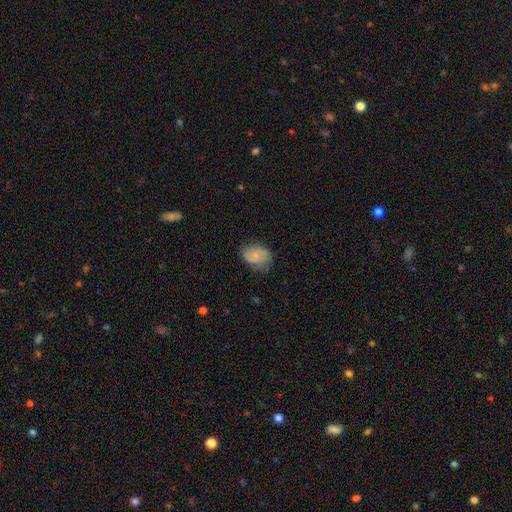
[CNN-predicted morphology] Q: Smooth or featured?
A: smooth (62%); runner-up: featured or disk (30%)
Q: How rounded?
A: in between (70%); runner-up: round (28%)
Q: Merging?
A: none (61%); runner-up: minor disturbance (28%)